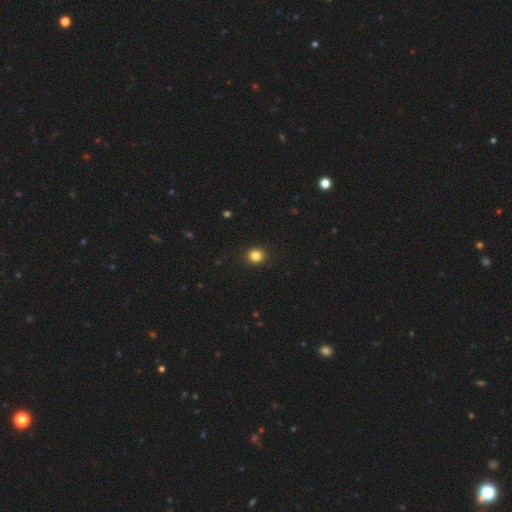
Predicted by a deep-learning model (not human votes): Smooth or featured? smooth (84%)
How rounded? round (86%)
Merging? none (92%)